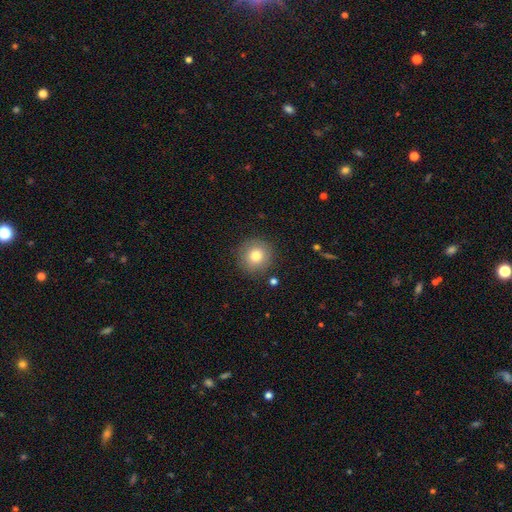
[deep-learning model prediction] Smooth or featured? Predicted: smooth (p=0.78). How rounded? Predicted: round (p=0.93). Merging? Predicted: none (p=0.88).